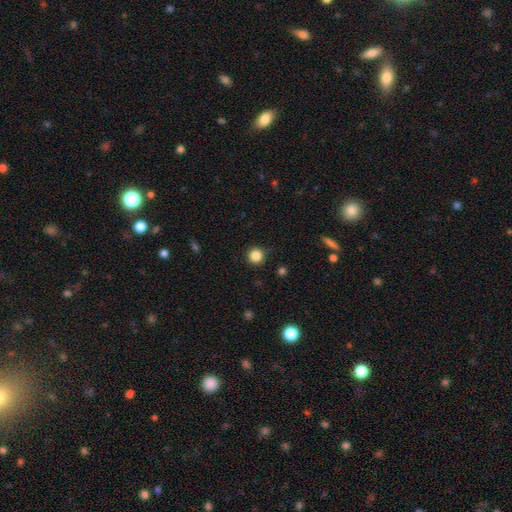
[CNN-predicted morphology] A smooth galaxy with no disk features (84%) that is round (95%).

Vote fractions:
- Smooth or featured? smooth: 84% / star or artifact: 12% / featured or disk: 4%
- How rounded? round: 95% / in between: 4% / cigar-shaped: 1%
- Merging? none: 88% / minor disturbance: 8% / major disturbance: 2% / merger: 1%